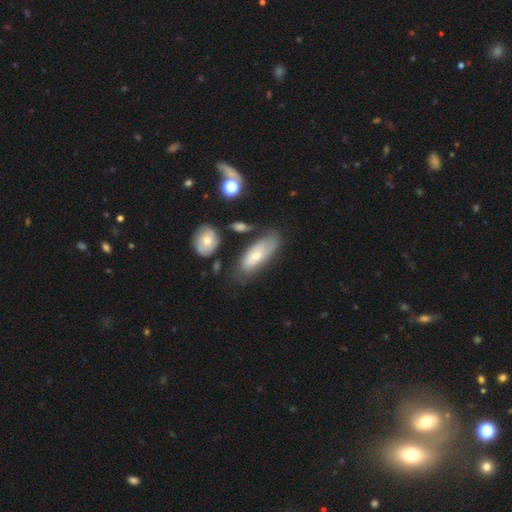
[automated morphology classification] Smooth or featured: smooth — 51% (featured or disk — 42%)
How rounded: in between — 81% (cigar-shaped — 17%)
Merging: none — 53% (minor disturbance — 28%)